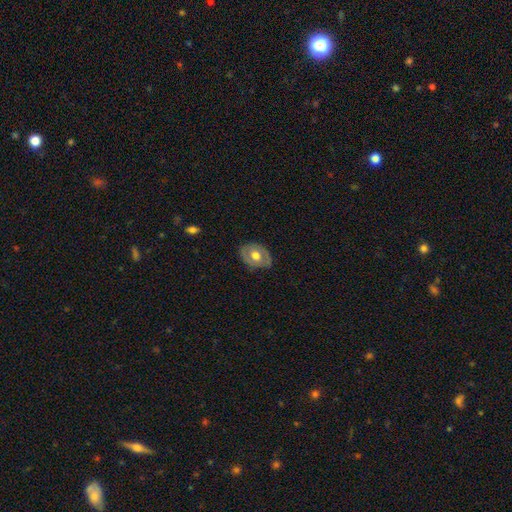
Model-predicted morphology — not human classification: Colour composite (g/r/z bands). It shows a smooth galaxy with no disk features (52%) that is in between round and cigar-shaped (71%). Merging: none (78%).